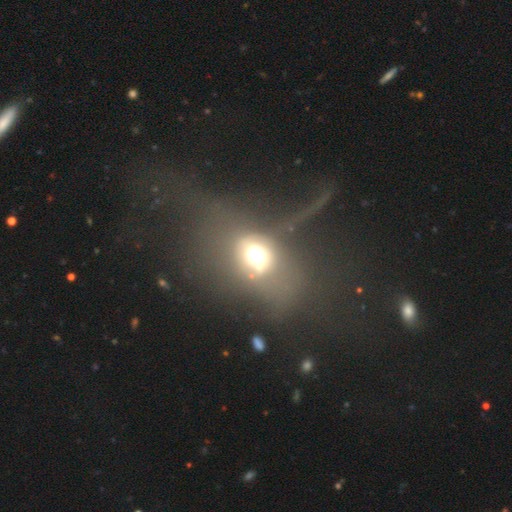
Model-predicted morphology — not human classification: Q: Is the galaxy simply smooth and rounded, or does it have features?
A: smooth — 53%.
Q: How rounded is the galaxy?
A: round — 52%.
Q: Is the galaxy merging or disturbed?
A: none — 47%.